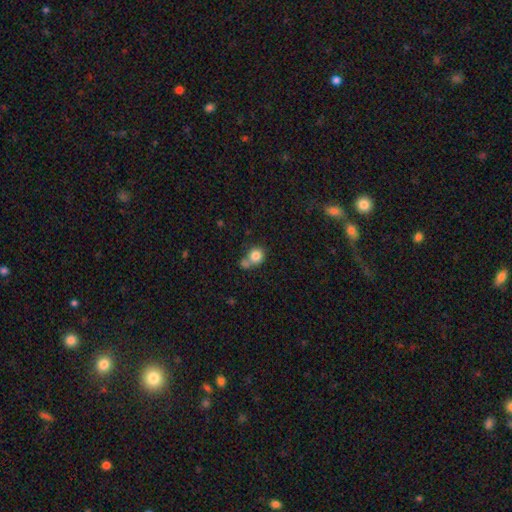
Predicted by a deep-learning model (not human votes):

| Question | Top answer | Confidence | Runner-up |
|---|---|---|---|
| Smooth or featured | smooth | 82% | star or artifact (10%) |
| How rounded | round | 85% | in between (14%) |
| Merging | none | 49% | merger (35%) |